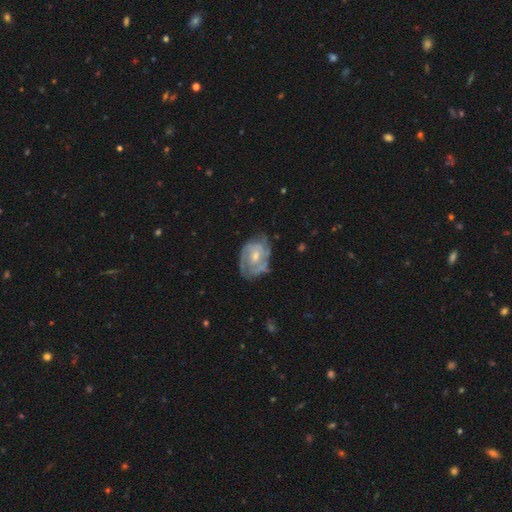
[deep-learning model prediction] The model was most divided on "spiral arm count": 2: 39%, can't tell: 35%, 3: 15%, 1: 5%, 4: 4%, more than 4: 3%. More confident: edge-on disk — no (97%); spiral arms — yes (85%); smooth or featured — featured or disk (77%); merging — none (60%); bar — no (55%); bulge size — moderate (52%); spiral winding — tight (52%).